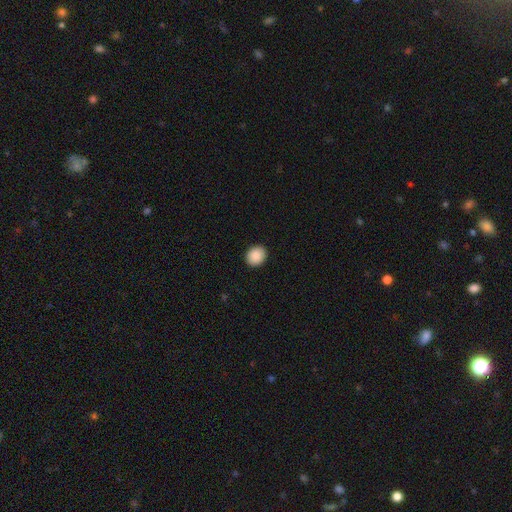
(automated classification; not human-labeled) smooth_or_featured: smooth (p=0.90) [alt: star or artifact p=0.07]
how_rounded: round (p=0.65) [alt: in between p=0.34]
merging: none (p=0.91) [alt: minor disturbance p=0.06]